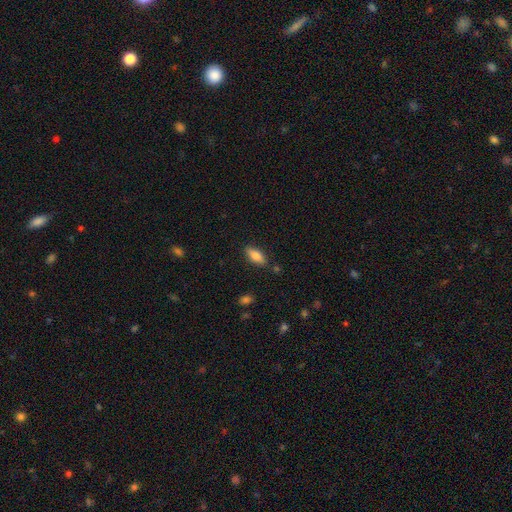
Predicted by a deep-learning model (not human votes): A smooth galaxy with no disk features (83%) that is in between round and cigar-shaped (82%).

Vote fractions:
- Smooth or featured? smooth: 83% / featured or disk: 10% / star or artifact: 7%
- How rounded? in between: 82% / cigar-shaped: 16% / round: 2%
- Merging? none: 84% / minor disturbance: 11% / merger: 3% / major disturbance: 3%